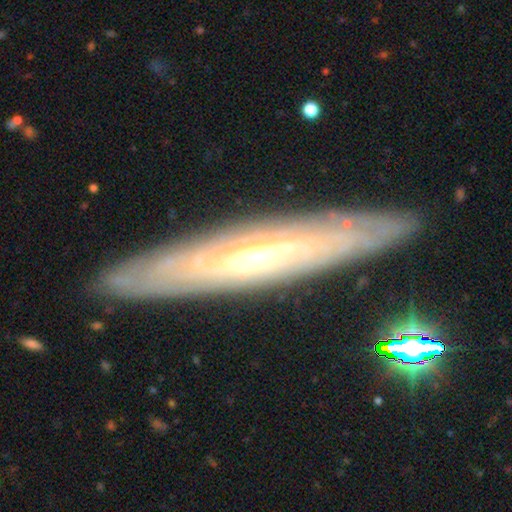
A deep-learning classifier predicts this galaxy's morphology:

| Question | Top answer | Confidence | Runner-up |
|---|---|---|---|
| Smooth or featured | featured or disk | 79% | smooth (13%) |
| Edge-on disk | yes | 50% | tied: no (50%) |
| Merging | none | 88% | minor disturbance (9%) |